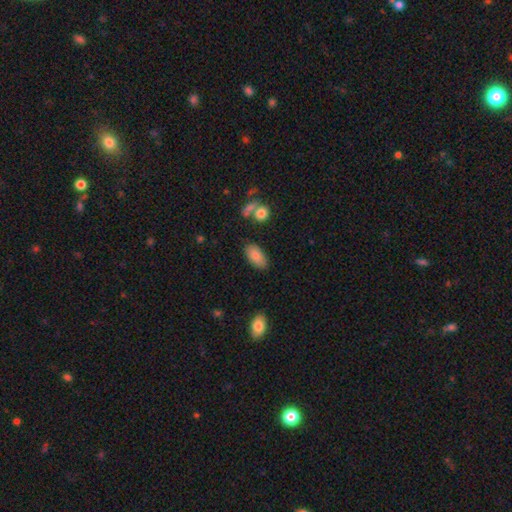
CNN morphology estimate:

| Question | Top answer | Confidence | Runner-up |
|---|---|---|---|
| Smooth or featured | smooth | 85% | star or artifact (8%) |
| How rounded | in between | 93% | cigar-shaped (4%) |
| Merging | none | 81% | minor disturbance (12%) |